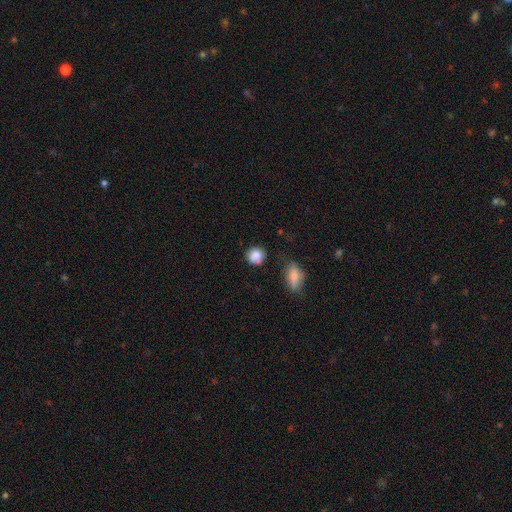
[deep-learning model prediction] Smooth or featured? Predicted: smooth (p=0.86). How rounded? Predicted: round (p=0.82). Merging? Predicted: none (p=0.70).